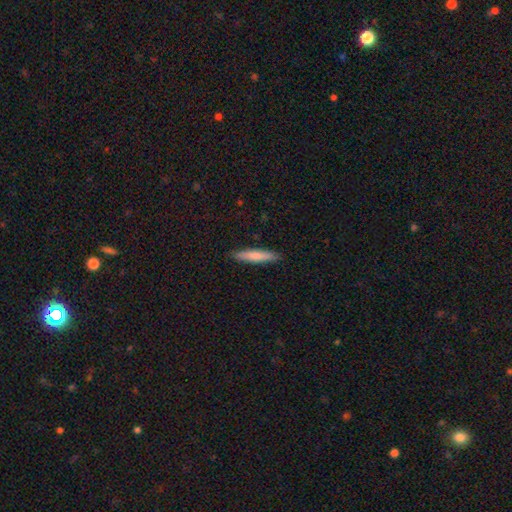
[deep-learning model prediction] Morphology: type=smooth (76%); roundness=cigar-shaped (89%); merging=none (89%).